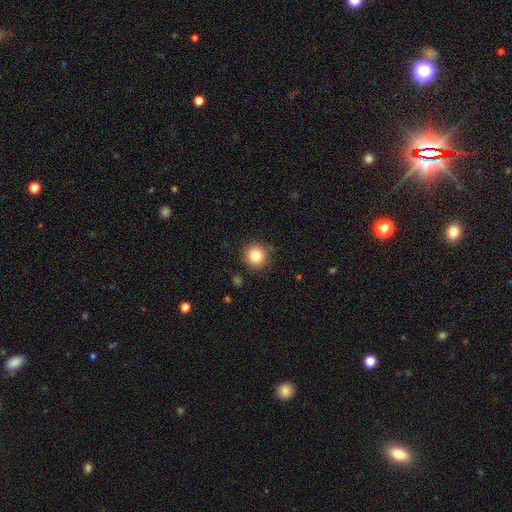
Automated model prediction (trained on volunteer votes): Smooth or featured: smooth — 83% (star or artifact — 11%)
How rounded: round — 94% (in between — 5%)
Merging: none — 89% (minor disturbance — 8%)